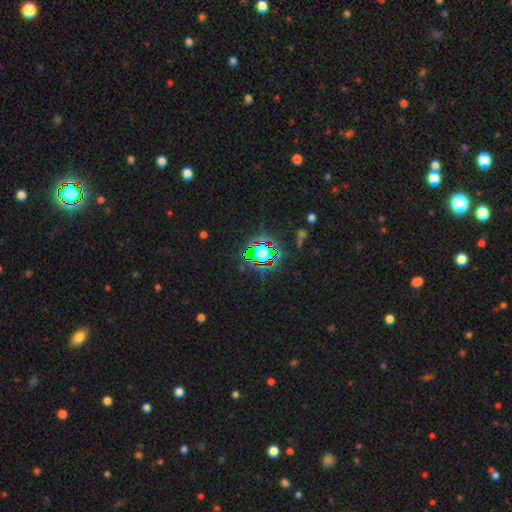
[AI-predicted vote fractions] smooth-or-featured: star or artifact: 72% | smooth: 17% | featured or disk: 12%